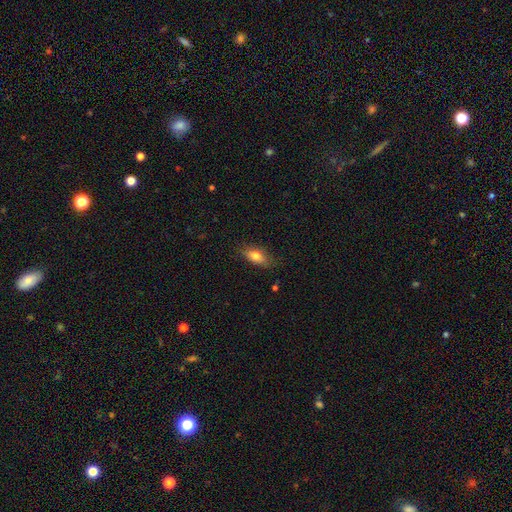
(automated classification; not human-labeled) This is likely a smooth galaxy (78%). How rounded: clearly in between (82%). Merging: likely none (76%).